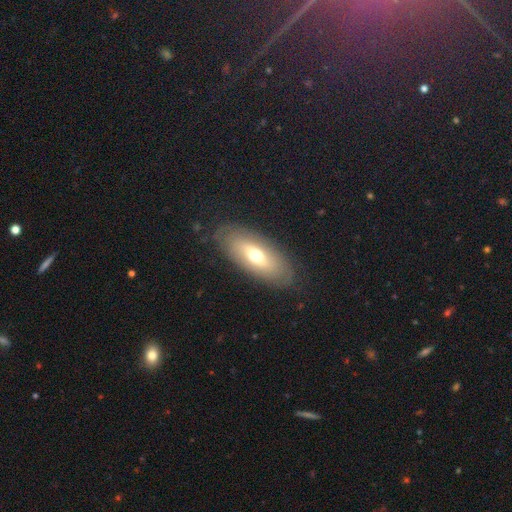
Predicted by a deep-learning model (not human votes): Smooth or featured? smooth (55%)
How rounded? in between (84%)
Merging? none (82%)